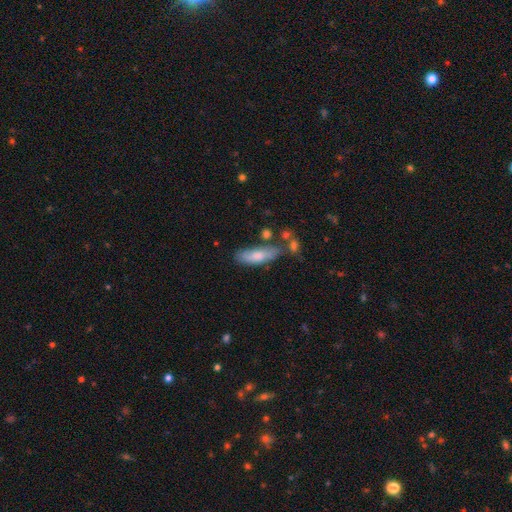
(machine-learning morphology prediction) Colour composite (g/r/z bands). It shows a smooth galaxy with no disk features (68%) that is cigar-shaped (51%). Merging: none (58%).